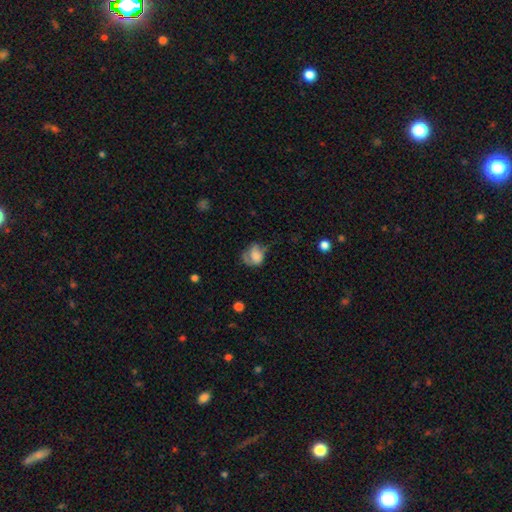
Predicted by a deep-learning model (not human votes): A smooth galaxy with no disk features (62%) that is in between round and cigar-shaped (50%).

Vote fractions:
- Smooth or featured? smooth: 62% / featured or disk: 29% / star or artifact: 10%
- How rounded? in between: 50% / round: 49% / cigar-shaped: 1%
- Merging? major disturbance: 35% / minor disturbance: 31% / none: 30% / merger: 4%